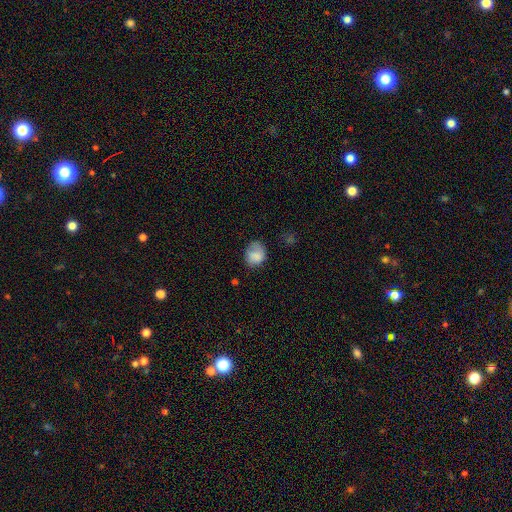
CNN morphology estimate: type=smooth (80%); roundness=round (56%); merging=none (55%).